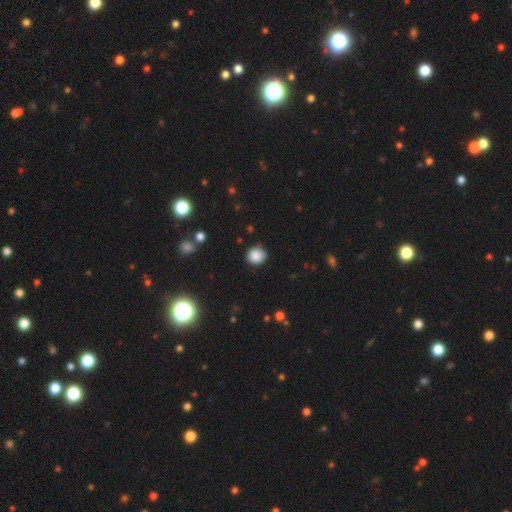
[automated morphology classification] This is clearly a smooth galaxy (85%). How rounded: clearly round (82%). Merging: clearly none (83%).